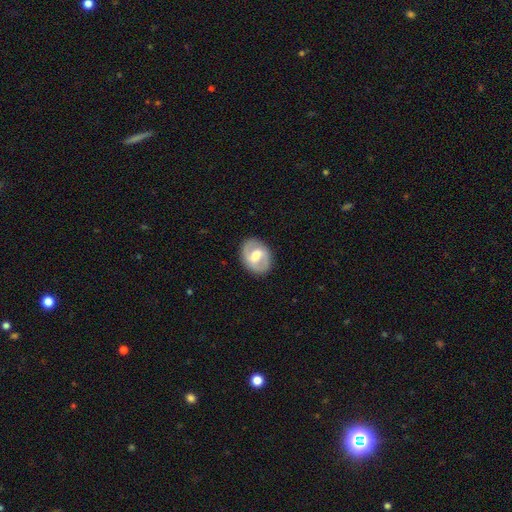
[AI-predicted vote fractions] A featured or disk galaxy (66%) with a weak bar (49%), spiral arms (67%) and a moderate central bulge (60%).

Vote fractions:
- Smooth or featured? featured or disk: 66% / smooth: 28% / star or artifact: 5%
- Edge-on disk? no: 96% / yes: 4%
- Bar? weak: 49% / strong: 29% / no: 22%
- Spiral arms? yes: 67% / no: 33%
- Bulge size? moderate: 60% / large: 22% / small: 14% / none: 2% / dominant: 2%
- Merging? none: 85% / minor disturbance: 10% / major disturbance: 4% / merger: 1%